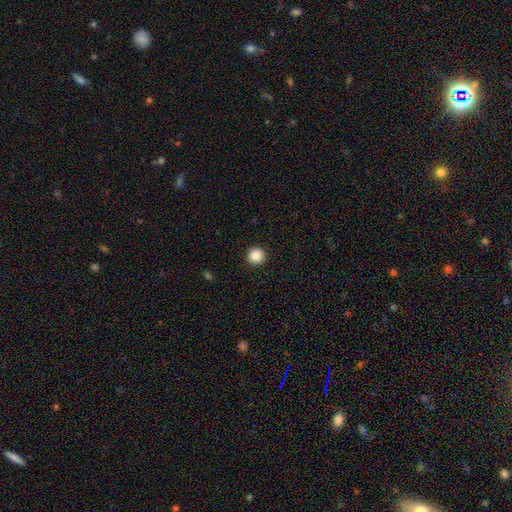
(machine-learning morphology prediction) smooth-or-featured: smooth: 88% | star or artifact: 9% | featured or disk: 3%
  how-rounded: round: 96% | in between: 3% | cigar-shaped: 1%
  merging: none: 93% | minor disturbance: 5% | major disturbance: 2% | merger: 1%